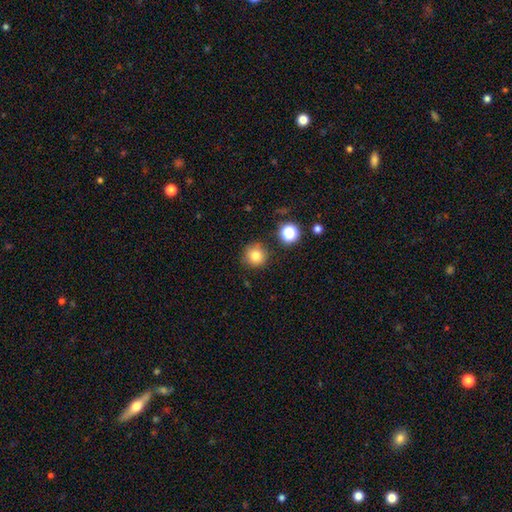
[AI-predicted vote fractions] smooth-or-featured: smooth: 80% | star or artifact: 14% | featured or disk: 7%
  how-rounded: round: 94% | in between: 5% | cigar-shaped: 1%
  merging: none: 86% | minor disturbance: 8% | merger: 3% | major disturbance: 3%